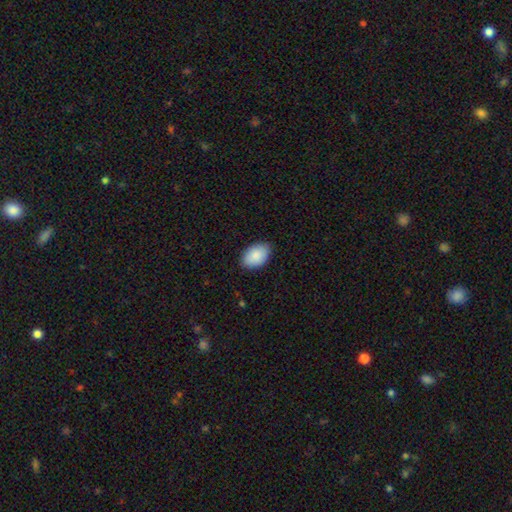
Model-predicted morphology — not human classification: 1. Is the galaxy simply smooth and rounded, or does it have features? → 89% smooth, 6% star or artifact, 5% featured or disk.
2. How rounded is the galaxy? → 91% in between, 8% round, 1% cigar-shaped.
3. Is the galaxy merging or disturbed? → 84% none, 13% minor disturbance, 2% major disturbance, 1% merger.